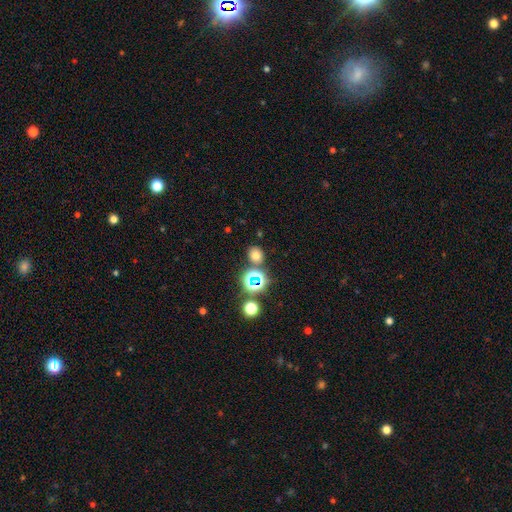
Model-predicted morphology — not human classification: Smooth or featured?
  - smooth: 65% *
  - star or artifact: 27%
  - featured or disk: 8%
How rounded?
  - round: 71% *
  - in between: 28%
  - cigar-shaped: 1%
Merging?
  - none: 79% *
  - minor disturbance: 9%
  - merger: 9%
  - major disturbance: 3%